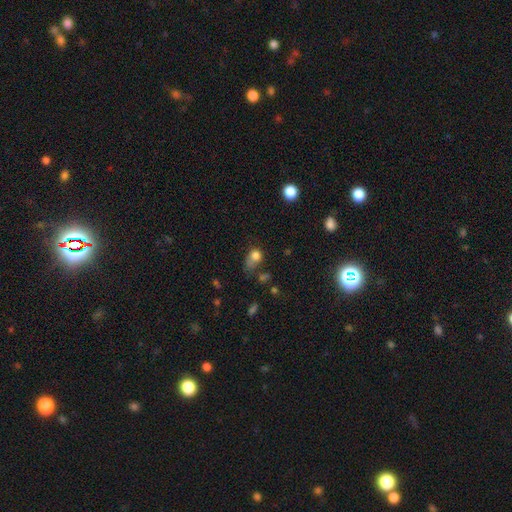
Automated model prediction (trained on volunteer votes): Smooth or featured? Predicted: smooth (p=0.77). How rounded? Predicted: round (p=0.52). Merging? Predicted: major disturbance (p=0.30, tied with none).